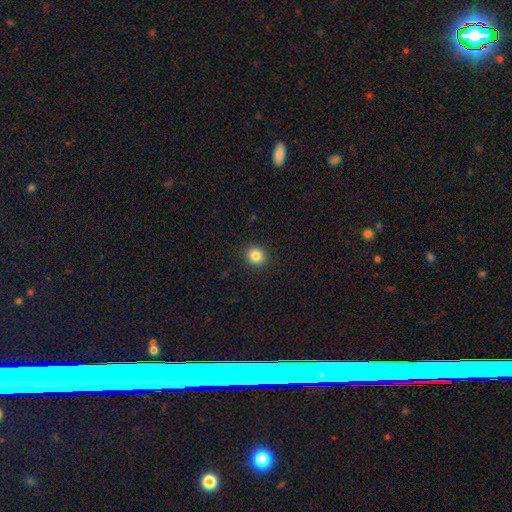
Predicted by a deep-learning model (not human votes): Smooth or featured?
  - smooth: 84% *
  - star or artifact: 11%
  - featured or disk: 5%
How rounded?
  - round: 84% *
  - in between: 15%
  - cigar-shaped: 1%
Merging?
  - none: 91% *
  - minor disturbance: 6%
  - major disturbance: 2%
  - merger: 1%